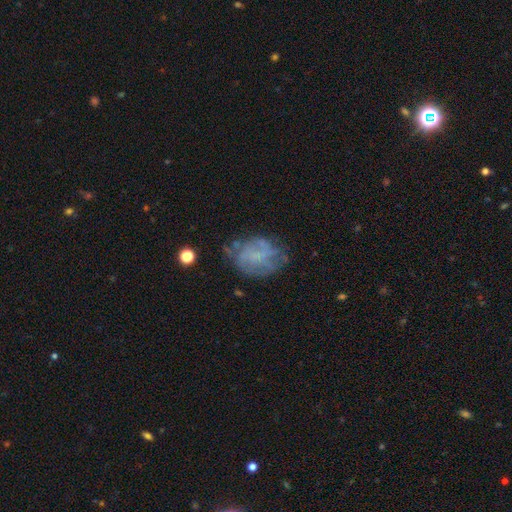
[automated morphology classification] Overall: featured or disk (59%; smooth 30%). Edge-on disk: no (98%). Bar: no (69%). Spiral arms: yes (57%; no 43%). Bulge size: none (59%; small 26%). Merging: none (58%; minor disturbance 23%).